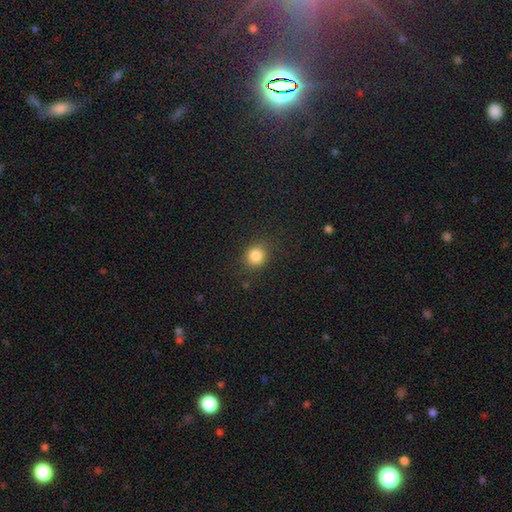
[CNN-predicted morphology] smooth-or-featured: smooth: 84% | star or artifact: 11% | featured or disk: 5%
  how-rounded: round: 81% | in between: 18% | cigar-shaped: 1%
  merging: none: 84% | minor disturbance: 10% | major disturbance: 4% | merger: 1%